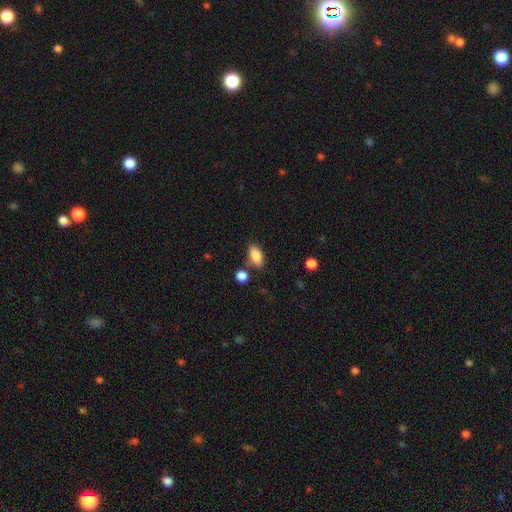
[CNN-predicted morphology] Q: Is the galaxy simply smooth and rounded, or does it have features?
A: smooth — 86%.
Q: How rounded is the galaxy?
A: in between — 89%.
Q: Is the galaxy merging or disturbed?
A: none — 72%.